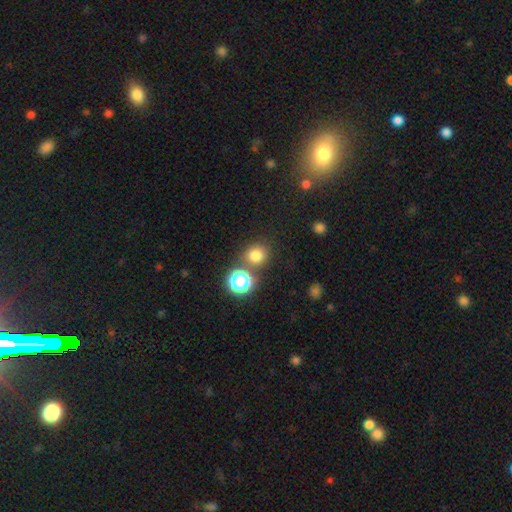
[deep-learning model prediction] This is likely a smooth galaxy (76%). How rounded: clearly round (88%). Merging: likely none (75%).